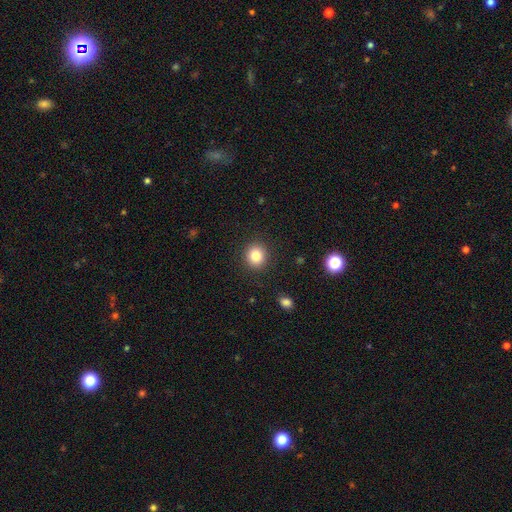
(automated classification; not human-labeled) Q: Smooth or featured?
A: smooth (83%); runner-up: star or artifact (11%)
Q: How rounded?
A: round (88%); runner-up: in between (11%)
Q: Merging?
A: none (90%); runner-up: minor disturbance (6%)